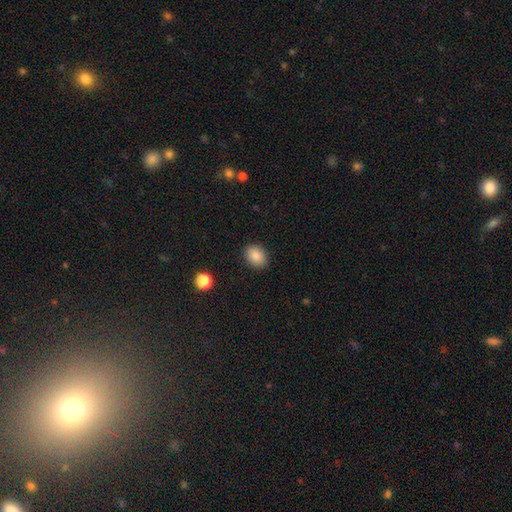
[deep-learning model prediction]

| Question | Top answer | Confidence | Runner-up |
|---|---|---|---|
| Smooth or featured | smooth | 86% | star or artifact (9%) |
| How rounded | in between | 67% | round (32%) |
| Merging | none | 88% | minor disturbance (8%) |